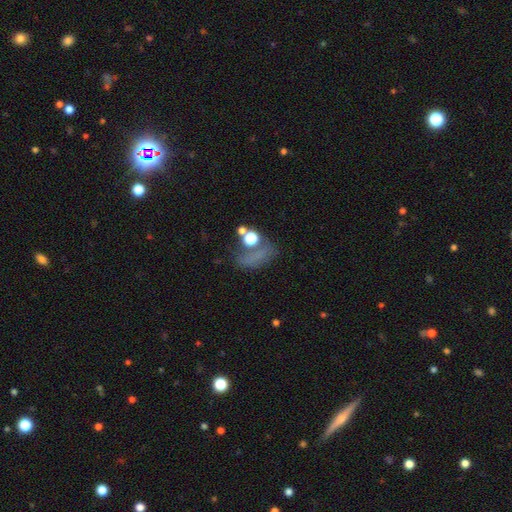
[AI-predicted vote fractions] smooth_or_featured: smooth (p=0.48) [alt: star or artifact p=0.34]
merging: none (p=0.46) [alt: major disturbance p=0.22]